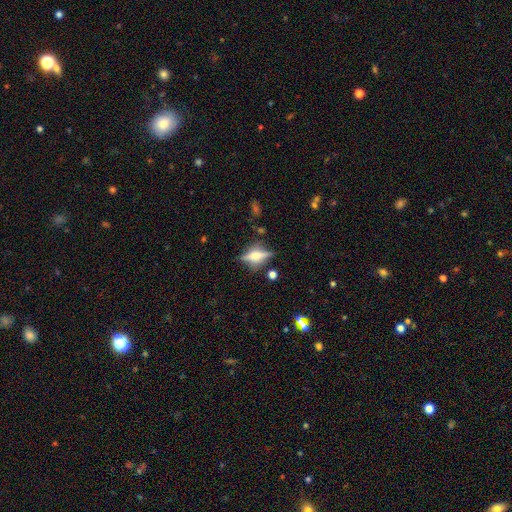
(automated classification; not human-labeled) Overall: featured or disk (59%; smooth 30%). Edge-on disk: yes (90%). Edge-on bulge: rounded (86%). Merging: none (73%).